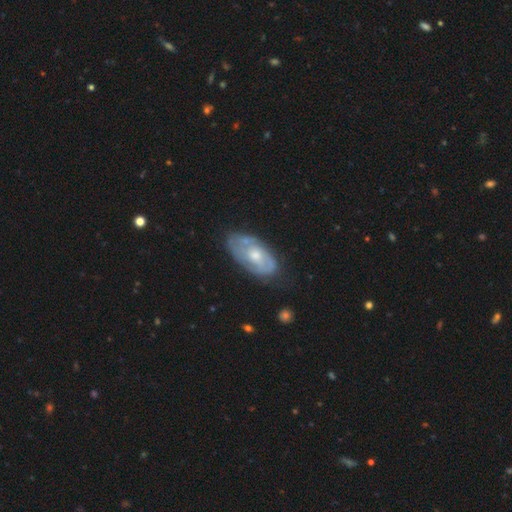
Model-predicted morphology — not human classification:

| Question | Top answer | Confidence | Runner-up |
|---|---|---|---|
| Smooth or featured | featured or disk | 64% | smooth (31%) |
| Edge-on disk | no | 92% | yes (8%) |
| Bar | no | 78% | weak (19%) |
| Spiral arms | yes | 60% | no (40%) |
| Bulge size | moderate | 58% | small (36%) |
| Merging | none | 61% | minor disturbance (26%) |